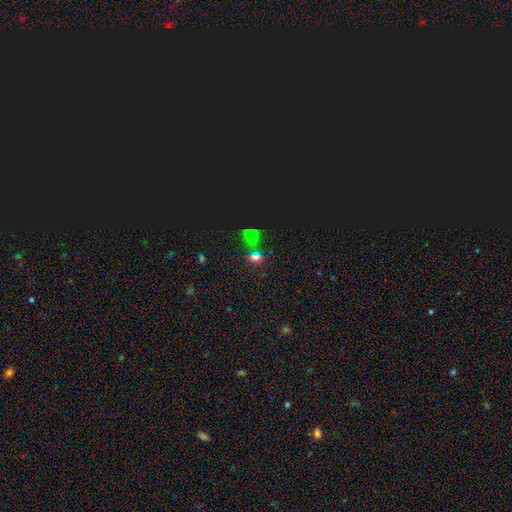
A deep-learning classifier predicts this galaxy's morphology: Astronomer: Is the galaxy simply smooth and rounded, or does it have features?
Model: smooth — 49% (runner-up: star or artifact, 43%).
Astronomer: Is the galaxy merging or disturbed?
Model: none — 70%.